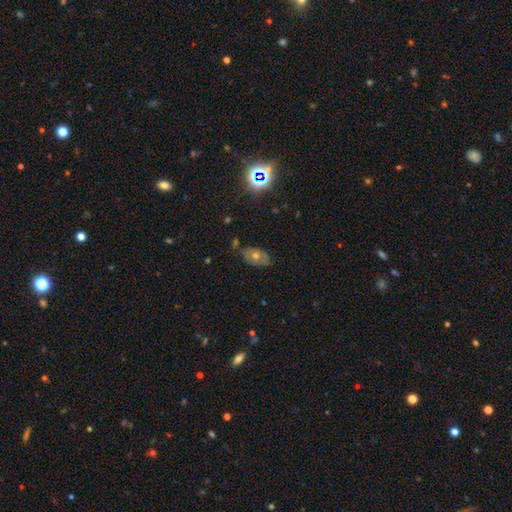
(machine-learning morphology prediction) Smooth or featured? smooth (38%)
Merging? none (75%)